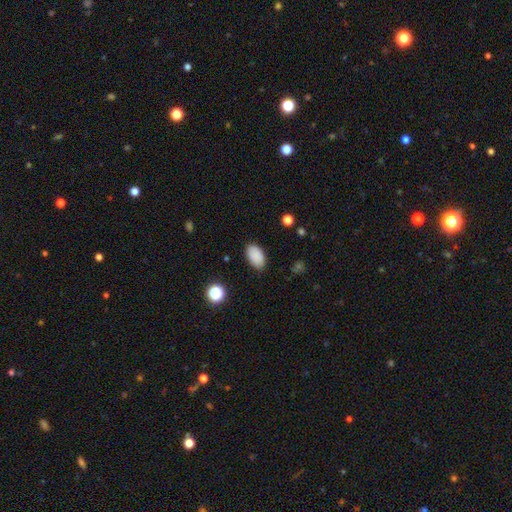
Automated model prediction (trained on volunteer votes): smooth-or-featured: smooth: 87% | star or artifact: 8% | featured or disk: 4%
  how-rounded: in between: 93% | round: 5% | cigar-shaped: 1%
  merging: none: 84% | minor disturbance: 12% | major disturbance: 3% | merger: 1%